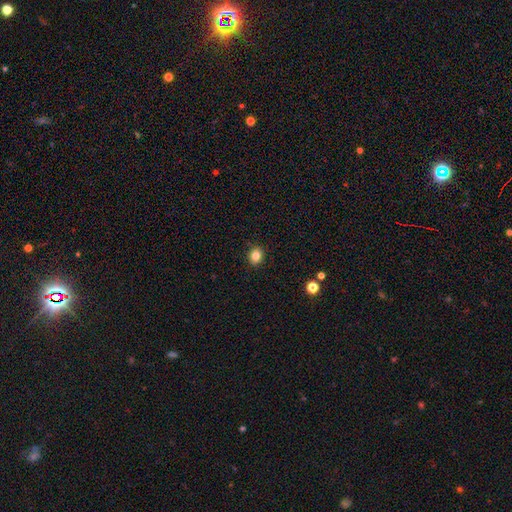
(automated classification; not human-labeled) A smooth galaxy with no disk features (83%) that is round (61%). Merging: none (90%).